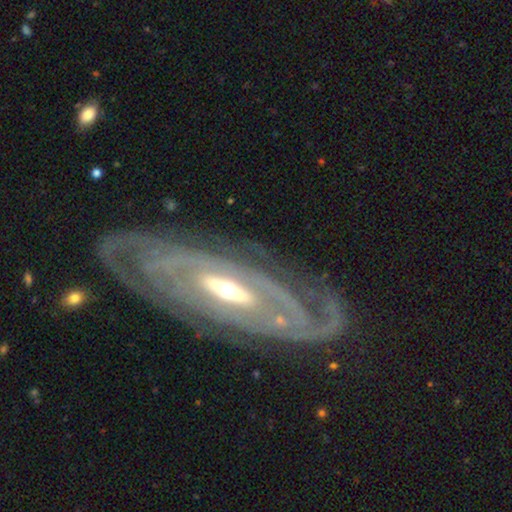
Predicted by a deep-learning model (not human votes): The model was most divided on "bar": weak: 35%, no: 34%, strong: 31%. Remaining: spiral arms — yes (92%); smooth or featured — featured or disk (89%); edge-on disk — no (87%); merging — none (78%); spiral winding — tight (75%); bulge size — moderate (60%); spiral arm count — can't tell (37%).